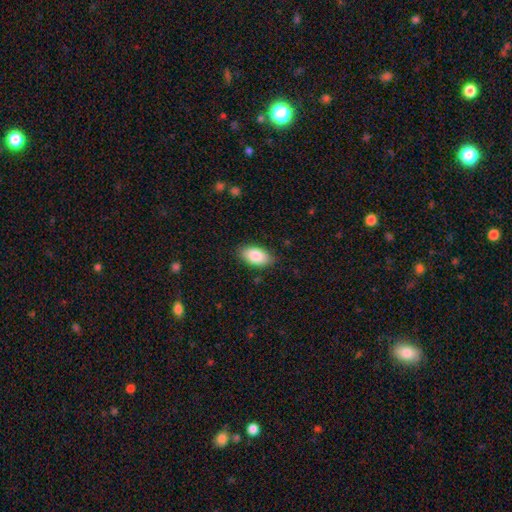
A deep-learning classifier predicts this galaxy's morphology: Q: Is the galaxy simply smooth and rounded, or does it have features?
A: smooth — 86%.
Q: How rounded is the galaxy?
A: in between — 94%.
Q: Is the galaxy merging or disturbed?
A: none — 84%.